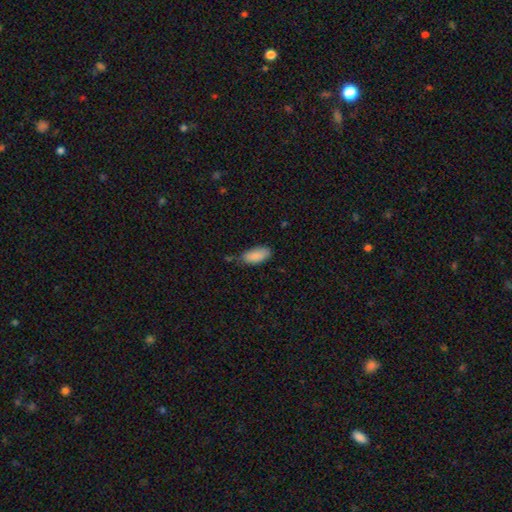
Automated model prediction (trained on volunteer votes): Q: Smooth or featured?
A: smooth (88%); runner-up: star or artifact (6%)
Q: How rounded?
A: in between (89%); runner-up: cigar-shaped (9%)
Q: Merging?
A: none (69%); runner-up: minor disturbance (24%)